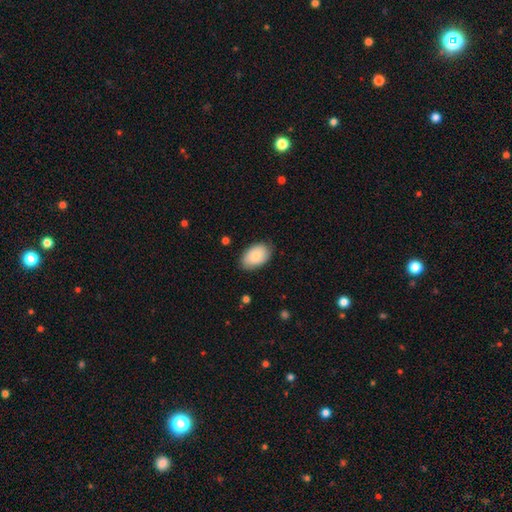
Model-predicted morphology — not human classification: Smooth or featured? Predicted: smooth (p=0.82). How rounded? Predicted: in between (p=0.91). Merging? Predicted: none (p=0.79).